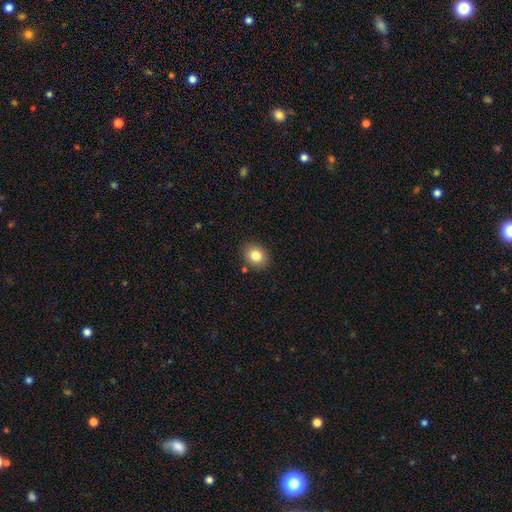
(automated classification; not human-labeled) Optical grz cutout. It shows a smooth galaxy with no disk features (83%) that is round (60%). Merging: none (86%).